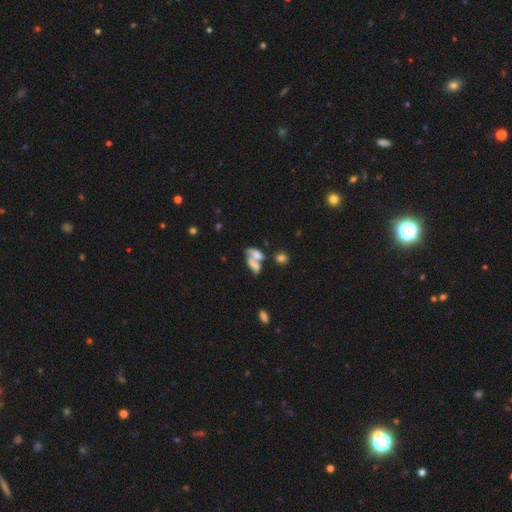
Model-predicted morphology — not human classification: A smooth galaxy with no disk features (55%) that is in between round and cigar-shaped (81%).

Vote fractions:
- Smooth or featured? smooth: 55% / featured or disk: 33% / star or artifact: 12%
- How rounded? in between: 81% / round: 12% / cigar-shaped: 7%
- Merging? merger: 61% / none: 19% / major disturbance: 11% / minor disturbance: 9%